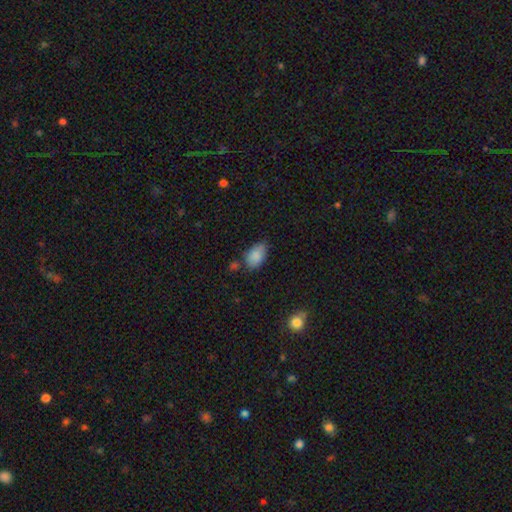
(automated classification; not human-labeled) smooth-or-featured: smooth: 86% | star or artifact: 7% | featured or disk: 6%
  how-rounded: in between: 92% | round: 6% | cigar-shaped: 2%
  merging: none: 65% | minor disturbance: 24% | merger: 7% | major disturbance: 5%